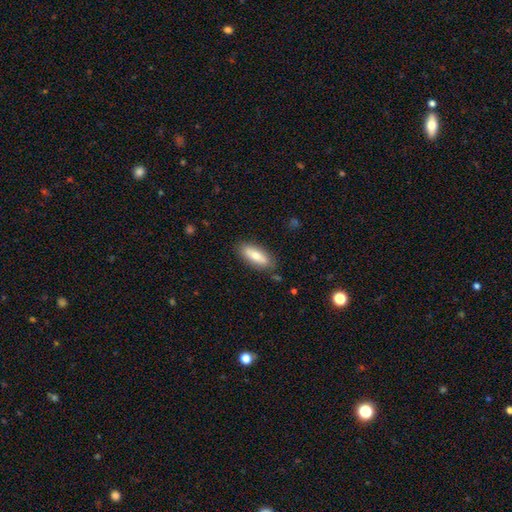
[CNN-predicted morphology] A smooth galaxy with no disk features (70%) that is in between round and cigar-shaped (67%).

Vote fractions:
- Smooth or featured? smooth: 70% / featured or disk: 23% / star or artifact: 6%
- How rounded? in between: 67% / cigar-shaped: 31% / round: 2%
- Merging? none: 83% / minor disturbance: 12% / major disturbance: 3% / merger: 2%